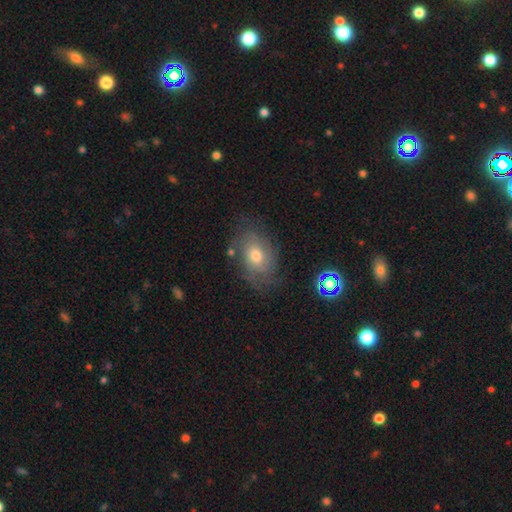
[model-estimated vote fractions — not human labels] A featured or disk galaxy (58%) with no bar (79%), spiral arms (78%) and a moderate central bulge (67%). Merging: none (70%).